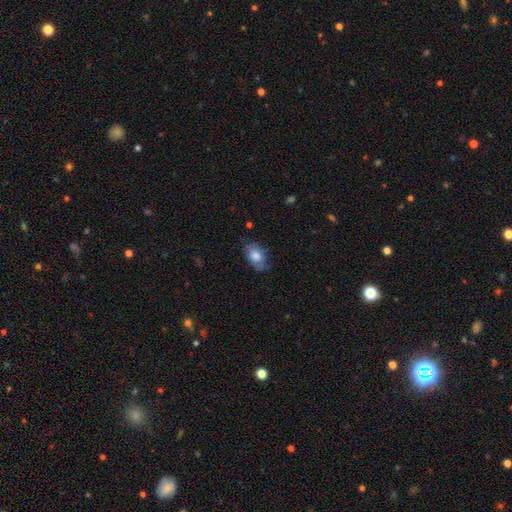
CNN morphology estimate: Smooth or featured: smooth — 76% (featured or disk — 17%)
How rounded: in between — 87% (round — 12%)
Merging: none — 65% (minor disturbance — 26%)